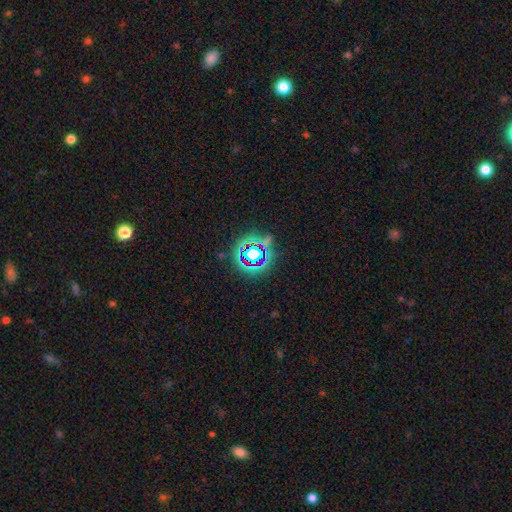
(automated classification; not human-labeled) smooth_or_featured: star or artifact (p=0.65) [alt: smooth p=0.22]